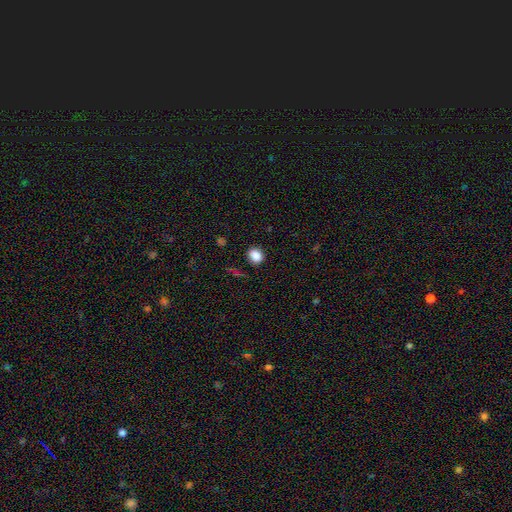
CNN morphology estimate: smooth 86%, star or artifact 10%, featured or disk 4%. Down the decision tree: how rounded — round (57%); merging — none (85%).